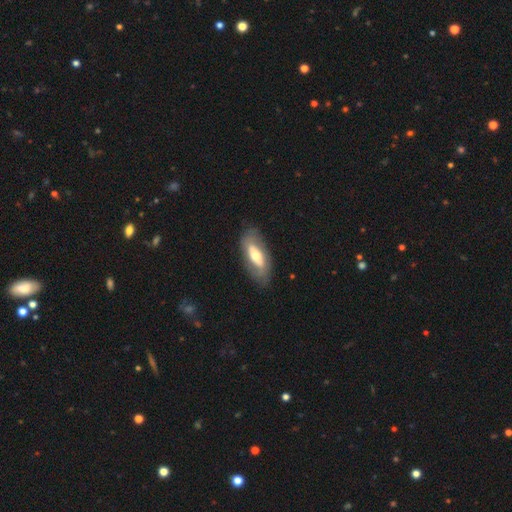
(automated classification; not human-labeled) smooth_or_featured: featured or disk (p=0.51) [alt: smooth p=0.43]
disk_edge_on: no (p=0.79) [alt: yes p=0.21]
merging: none (p=0.78) [alt: minor disturbance p=0.15]